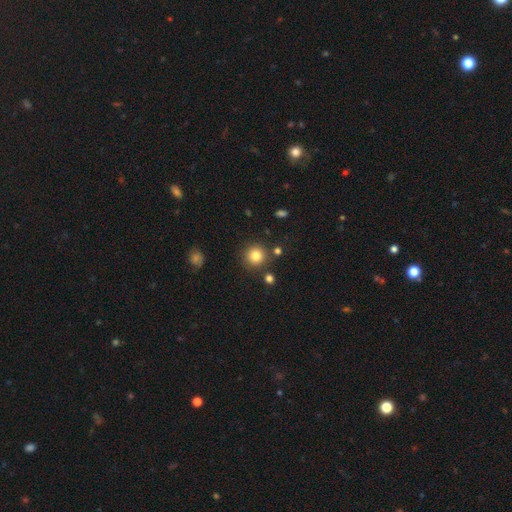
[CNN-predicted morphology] smooth 82%, star or artifact 11%, featured or disk 6%. Down the decision tree: how rounded — round (94%); merging — none (85%).